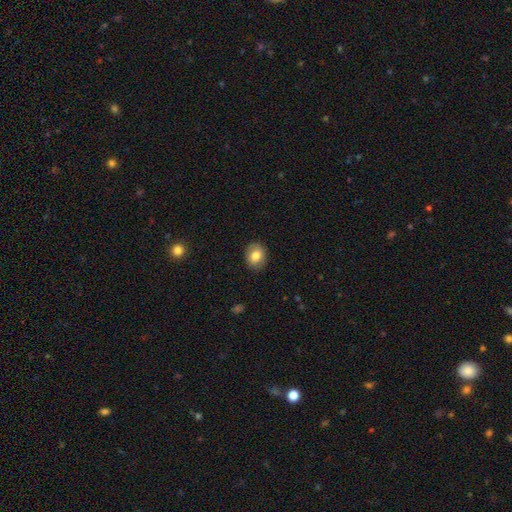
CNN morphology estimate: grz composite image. It shows a smooth galaxy with no disk features (81%) that is round (52%). Merging: none (88%).